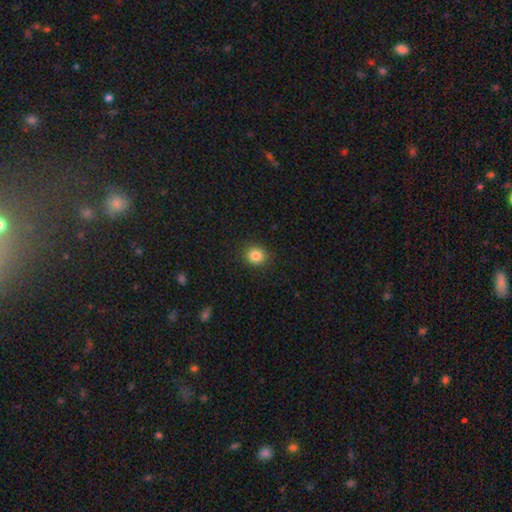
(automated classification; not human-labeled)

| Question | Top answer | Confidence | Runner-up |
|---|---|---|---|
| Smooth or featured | smooth | 85% | star or artifact (11%) |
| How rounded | round | 82% | in between (17%) |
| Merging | none | 91% | minor disturbance (6%) |